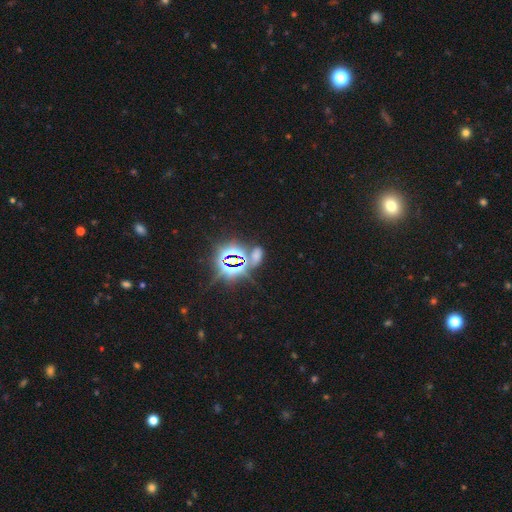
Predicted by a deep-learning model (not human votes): Smooth or featured?
  - star or artifact: 62% *
  - smooth: 29%
  - featured or disk: 9%